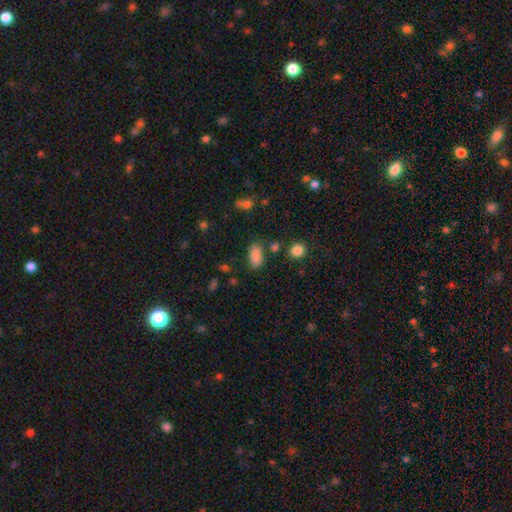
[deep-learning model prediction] This is clearly a smooth galaxy (86%). How rounded: clearly in between (91%). Merging: likely none (79%).